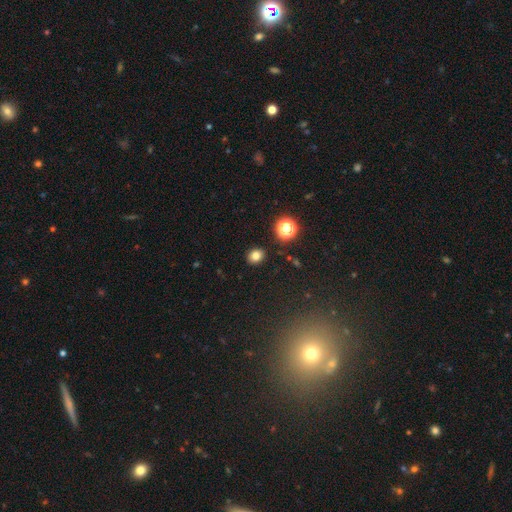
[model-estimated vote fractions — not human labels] This is likely a smooth galaxy (79%). How rounded: possibly round (58%). Merging: clearly none (88%).